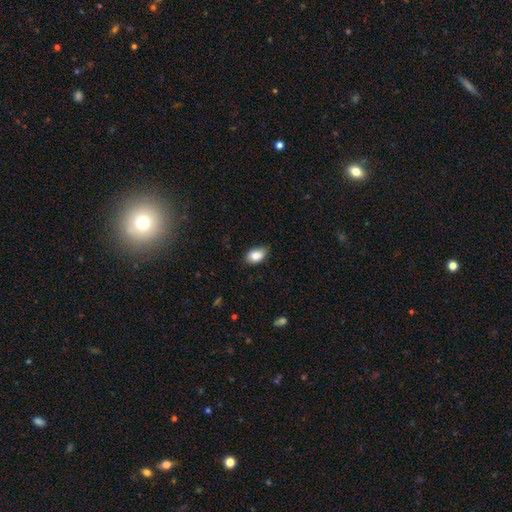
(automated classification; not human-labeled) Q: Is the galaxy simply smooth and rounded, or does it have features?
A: smooth — 85%.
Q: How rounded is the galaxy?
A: in between — 86%.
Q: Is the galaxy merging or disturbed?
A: none — 75%.